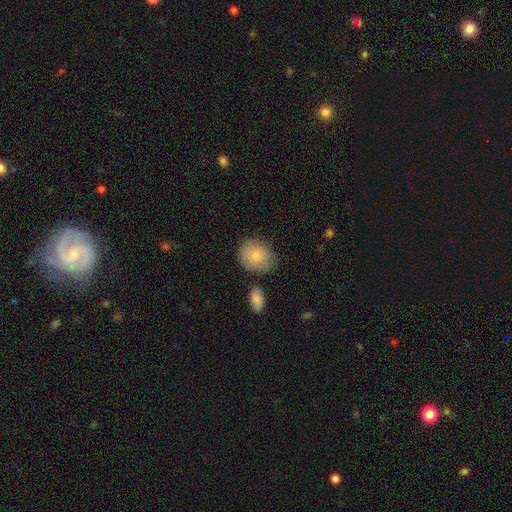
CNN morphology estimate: Smooth or featured: smooth — 80% (featured or disk — 14%)
How rounded: round — 64% (in between — 35%)
Merging: none — 69% (minor disturbance — 20%)